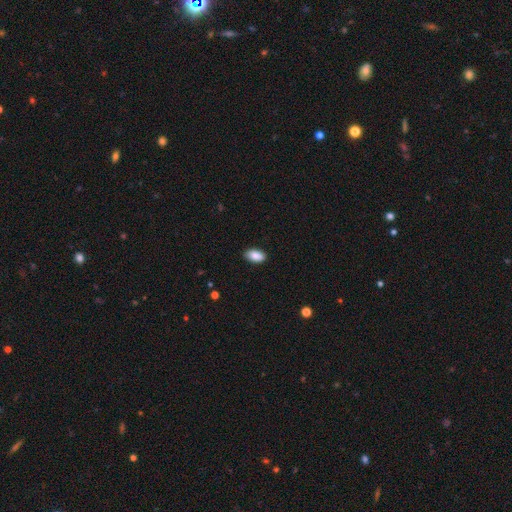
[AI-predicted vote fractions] Morphology: type=smooth (88%); roundness=in between (94%); merging=none (87%).